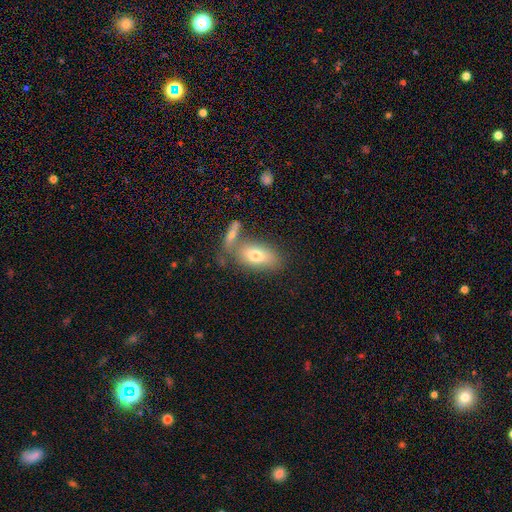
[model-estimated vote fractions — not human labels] smooth-or-featured: smooth: 72% | featured or disk: 20% | star or artifact: 7%
  how-rounded: in between: 88% | cigar-shaped: 7% | round: 6%
  merging: none: 55% | merger: 25% | minor disturbance: 14% | major disturbance: 6%